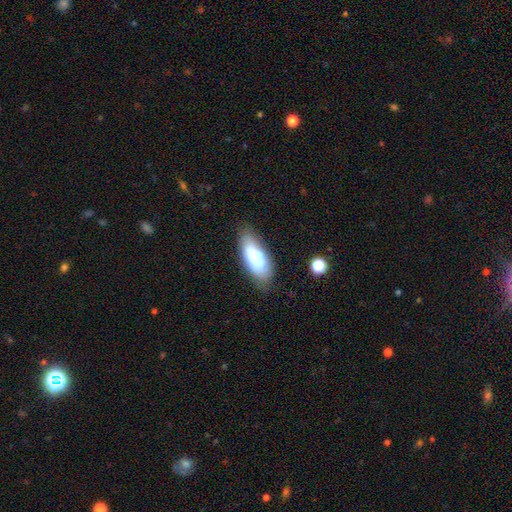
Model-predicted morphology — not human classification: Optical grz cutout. It shows a smooth galaxy with no disk features (71%) that is in between round and cigar-shaped (80%). Merging: none (70%).